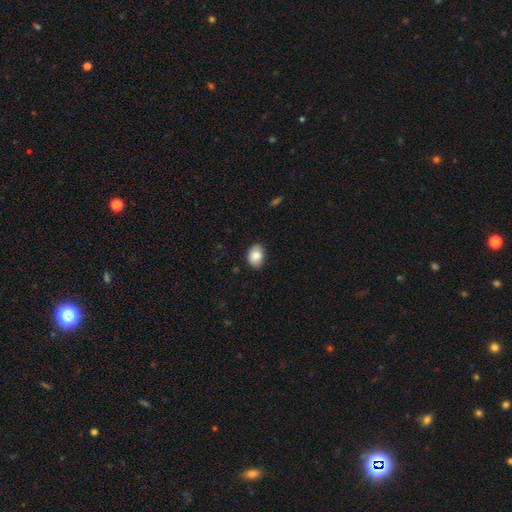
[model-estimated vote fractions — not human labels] smooth 85%, star or artifact 8%, featured or disk 7%. Down the decision tree: how rounded — in between (73%); merging — none (85%).